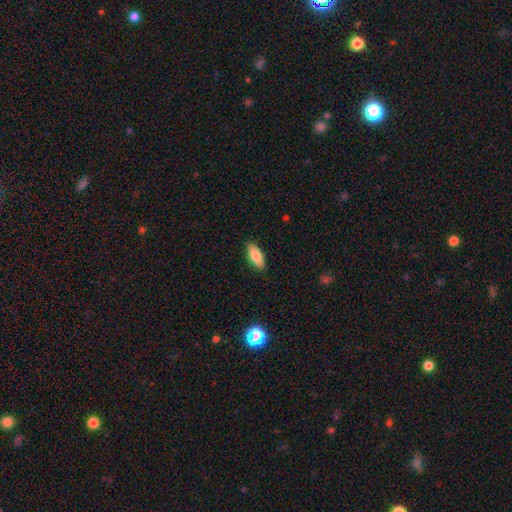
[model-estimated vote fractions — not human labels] A smooth galaxy with no disk features (82%) that is in between round and cigar-shaped (81%).

Vote fractions:
- Smooth or featured? smooth: 82% / featured or disk: 11% / star or artifact: 7%
- How rounded? in between: 81% / cigar-shaped: 16% / round: 2%
- Merging? none: 89% / minor disturbance: 9% / major disturbance: 2% / merger: 1%